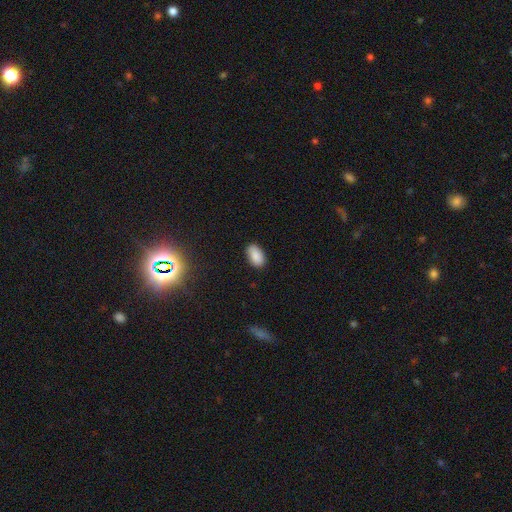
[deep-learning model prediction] Morphology: type=smooth (87%); roundness=in between (93%); merging=none (86%).